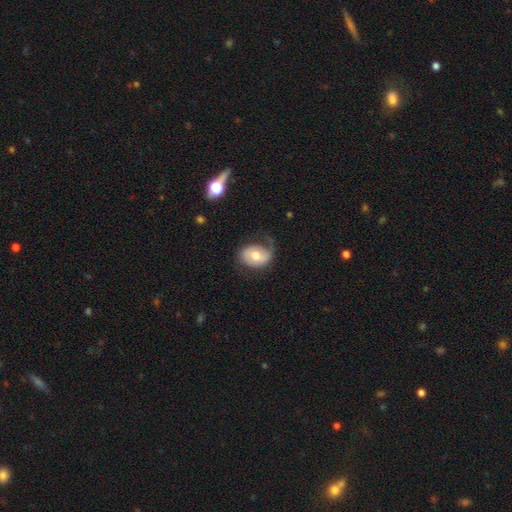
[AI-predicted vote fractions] This is possibly a smooth galaxy (48%). Merging: possibly none (47%).